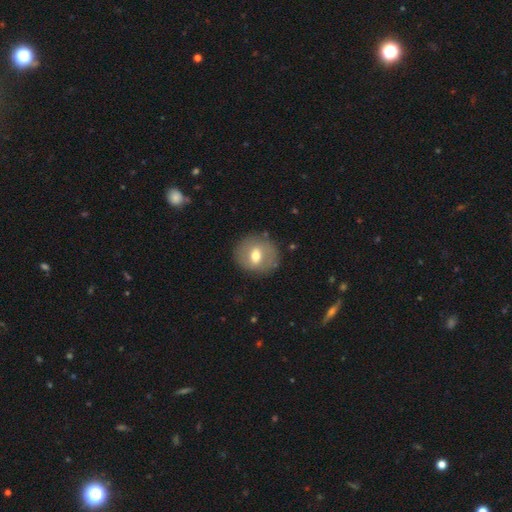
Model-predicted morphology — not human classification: A smooth galaxy with no disk features (55%) that is round (75%). Merging: none (82%).